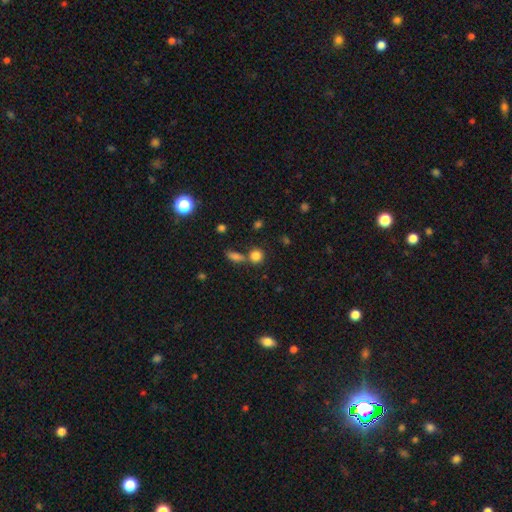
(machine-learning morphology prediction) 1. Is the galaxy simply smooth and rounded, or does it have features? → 81% smooth, 12% star or artifact, 7% featured or disk.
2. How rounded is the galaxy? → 80% round, 17% in between, 3% cigar-shaped.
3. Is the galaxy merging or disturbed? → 60% none, 26% merger, 10% minor disturbance, 4% major disturbance.